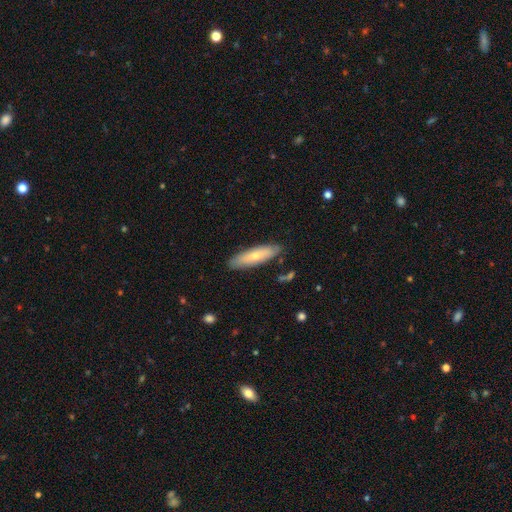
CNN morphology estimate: Smooth or featured?
  - smooth: 65% *
  - featured or disk: 29%
  - star or artifact: 6%
How rounded?
  - cigar-shaped: 66% *
  - in between: 33%
  - round: 2%
Merging?
  - none: 86% *
  - minor disturbance: 10%
  - major disturbance: 2%
  - merger: 2%